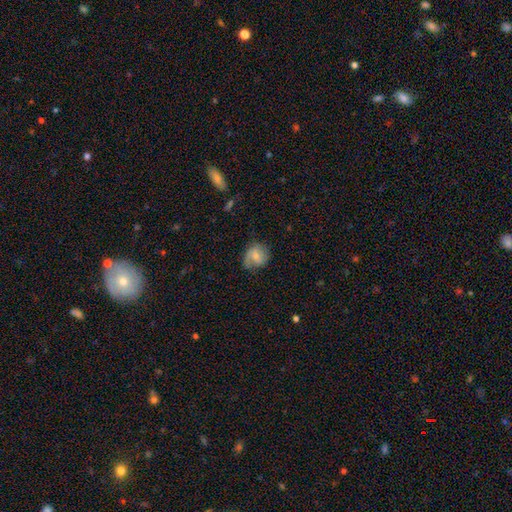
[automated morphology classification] A smooth galaxy with no disk features (57%) that is round (66%).

Vote fractions:
- Smooth or featured? smooth: 57% / featured or disk: 35% / star or artifact: 8%
- How rounded? round: 66% / in between: 33% / cigar-shaped: 1%
- Merging? none: 58% / minor disturbance: 28% / major disturbance: 12% / merger: 1%